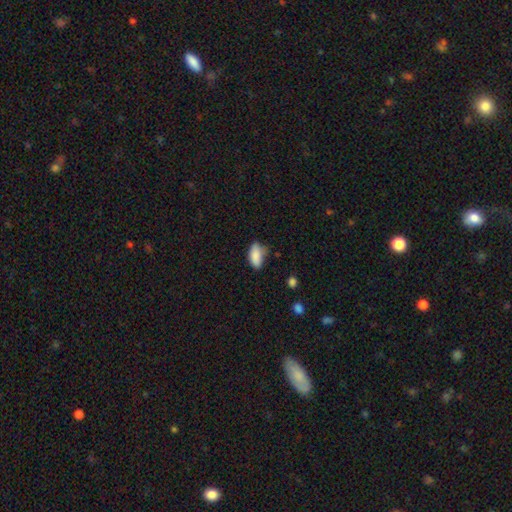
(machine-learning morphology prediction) Smooth or featured: smooth — 86% (star or artifact — 8%)
How rounded: in between — 91% (cigar-shaped — 5%)
Merging: none — 54% (minor disturbance — 34%)